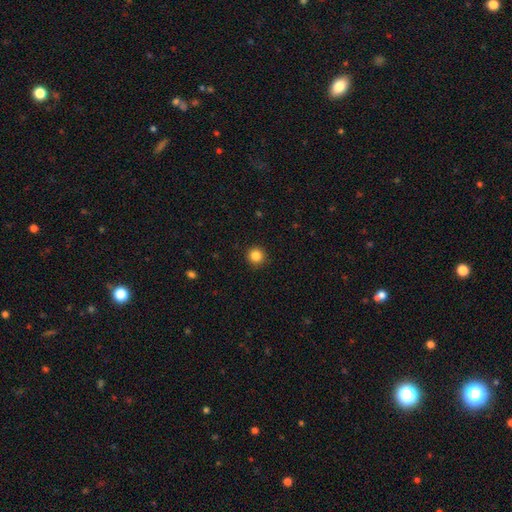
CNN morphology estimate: smooth_or_featured: smooth (p=0.85) [alt: star or artifact p=0.11]
how_rounded: round (p=0.95) [alt: in between p=0.04]
merging: none (p=0.93) [alt: minor disturbance p=0.05]